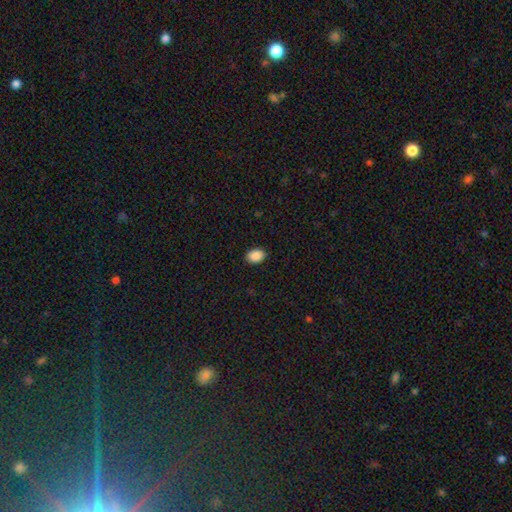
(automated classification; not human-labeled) Smooth or featured: smooth — 89% (star or artifact — 8%)
How rounded: in between — 78% (round — 21%)
Merging: none — 90% (minor disturbance — 7%)